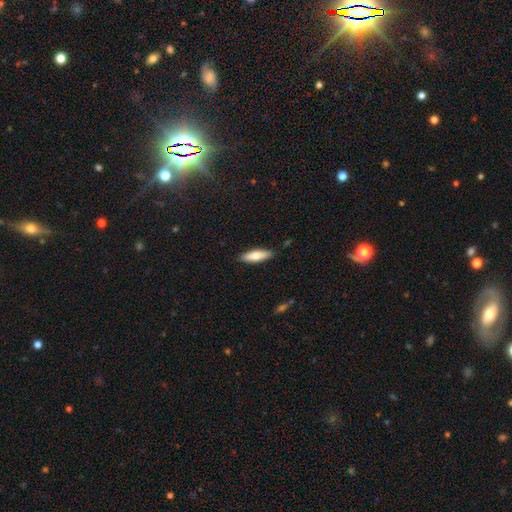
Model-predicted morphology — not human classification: Smooth or featured: smooth — 70% (featured or disk — 25%)
How rounded: cigar-shaped — 51% (in between — 47%)
Merging: none — 87% (minor disturbance — 10%)